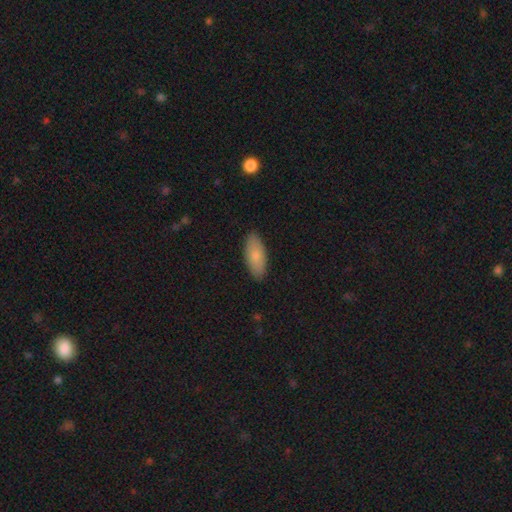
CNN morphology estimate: Overall: smooth (78%). How rounded: in between (84%). Merging: none (88%).